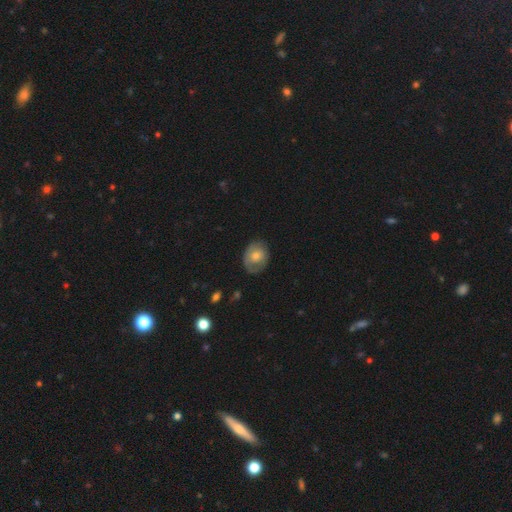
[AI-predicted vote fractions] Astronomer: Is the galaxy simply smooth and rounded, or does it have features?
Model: smooth — 56% (runner-up: featured or disk, 37%).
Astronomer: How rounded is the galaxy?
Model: round — 54% (runner-up: in between, 45%).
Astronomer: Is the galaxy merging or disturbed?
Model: none — 69%.